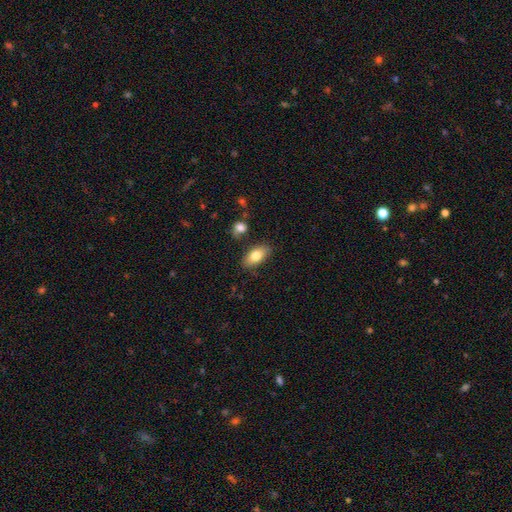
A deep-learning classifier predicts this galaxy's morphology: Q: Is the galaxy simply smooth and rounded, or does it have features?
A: smooth — 79%.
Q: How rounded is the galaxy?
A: in between — 90%.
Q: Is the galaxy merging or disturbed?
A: none — 81%.